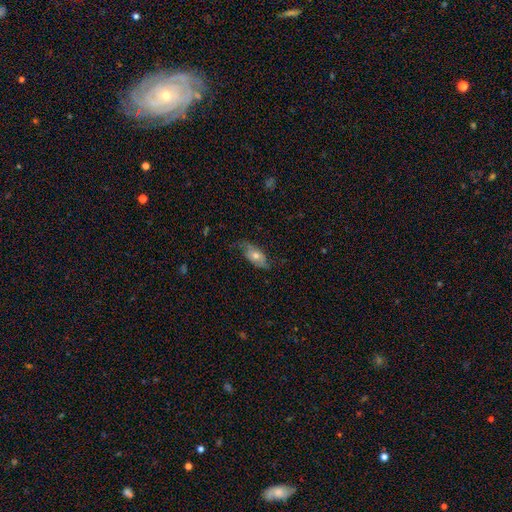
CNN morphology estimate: Overall: smooth (52%; featured or disk 41%). How rounded: in between (85%). Merging: none (58%; minor disturbance 28%).